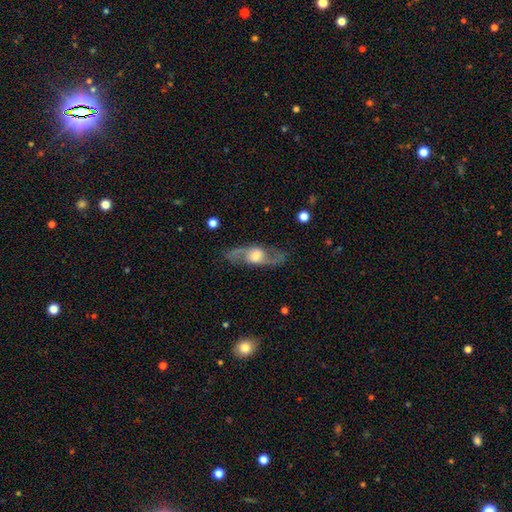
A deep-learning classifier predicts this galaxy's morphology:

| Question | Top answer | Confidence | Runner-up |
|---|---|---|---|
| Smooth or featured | featured or disk | 81% | smooth (14%) |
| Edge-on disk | no | 83% | yes (17%) |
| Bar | no | 47% | weak (40%) |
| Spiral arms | yes | 88% | no (12%) |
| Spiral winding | loose | 47% | medium (43%) |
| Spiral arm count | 2 | 91% | can't tell (4%) |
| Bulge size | moderate | 54% | large (26%) |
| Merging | none | 81% | minor disturbance (11%) |